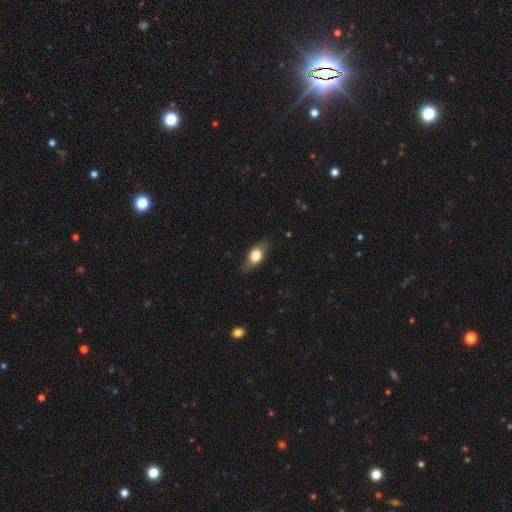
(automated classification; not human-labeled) Q: Smooth or featured?
A: smooth (65%); runner-up: featured or disk (28%)
Q: How rounded?
A: in between (79%); runner-up: cigar-shaped (11%)
Q: Merging?
A: none (79%); runner-up: minor disturbance (16%)